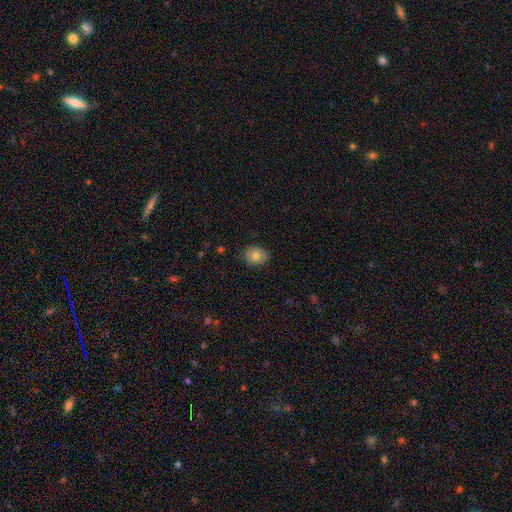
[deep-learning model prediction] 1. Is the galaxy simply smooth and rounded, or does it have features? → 72% smooth, 20% featured or disk, 8% star or artifact.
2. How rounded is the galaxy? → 61% round, 38% in between, 1% cigar-shaped.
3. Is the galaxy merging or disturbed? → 83% none, 13% minor disturbance, 3% major disturbance, 1% merger.